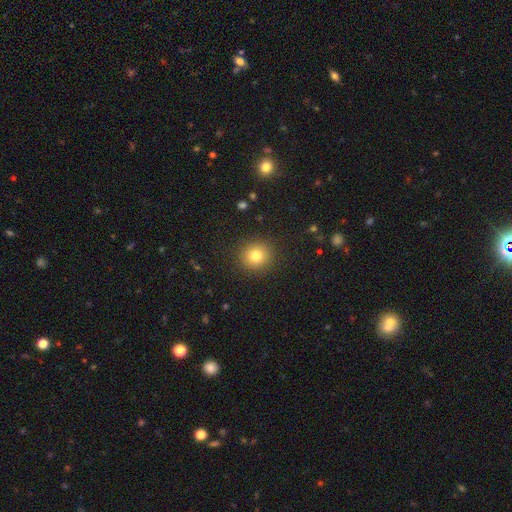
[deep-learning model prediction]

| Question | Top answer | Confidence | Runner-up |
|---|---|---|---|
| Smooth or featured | smooth | 79% | star or artifact (13%) |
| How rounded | round | 88% | in between (11%) |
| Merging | none | 90% | minor disturbance (6%) |